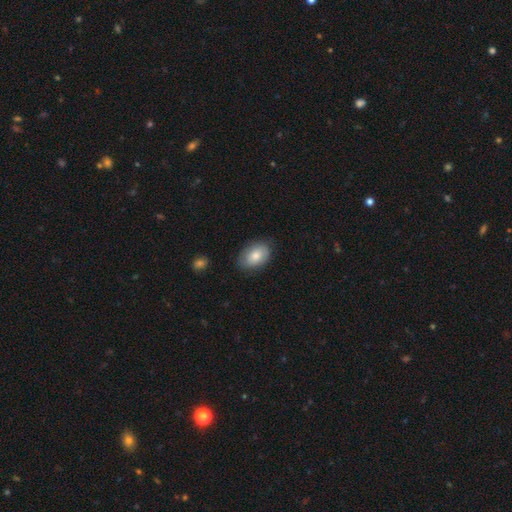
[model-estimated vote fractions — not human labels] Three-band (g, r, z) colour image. It shows a smooth galaxy with no disk features (76%) that is in between round and cigar-shaped (87%). Merging: none (79%).